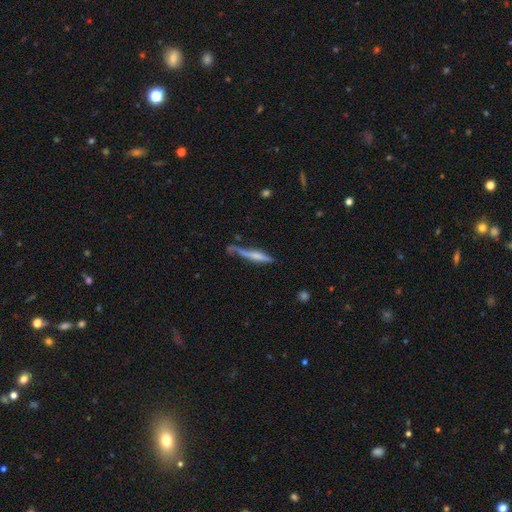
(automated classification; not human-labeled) Smooth or featured: smooth — 50% (featured or disk — 44%)
Merging: none — 52% (minor disturbance — 26%)